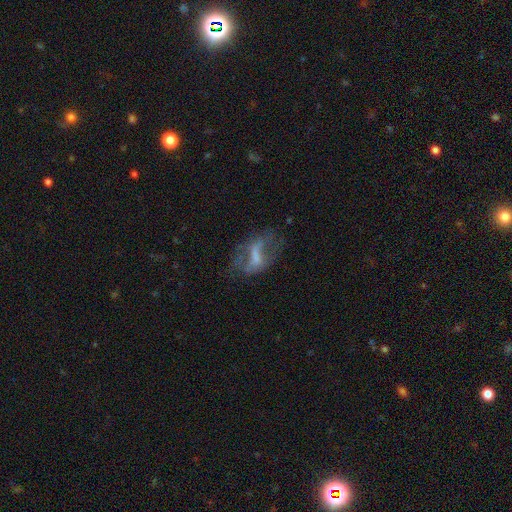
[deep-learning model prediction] Smooth or featured: featured or disk — 55% (smooth — 32%)
Edge-on disk: no — 91% (yes — 9%)
Bar: weak — 36% (no — 33%)
Spiral arms: no — 64% (yes — 36%)
Bulge size: none — 41% (small — 26%)
Merging: none — 48% (major disturbance — 27%)